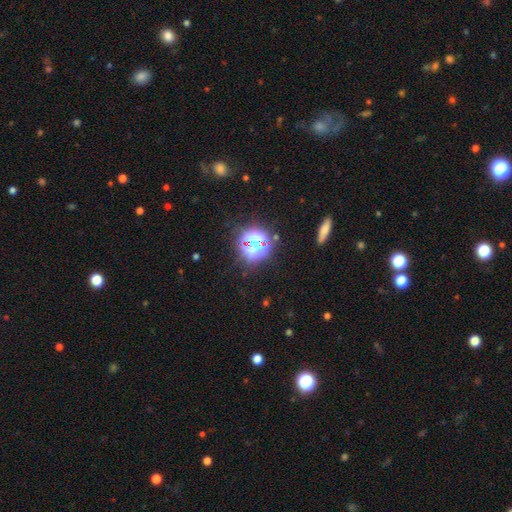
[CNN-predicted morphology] Smooth or featured? Predicted: star or artifact (p=0.77).